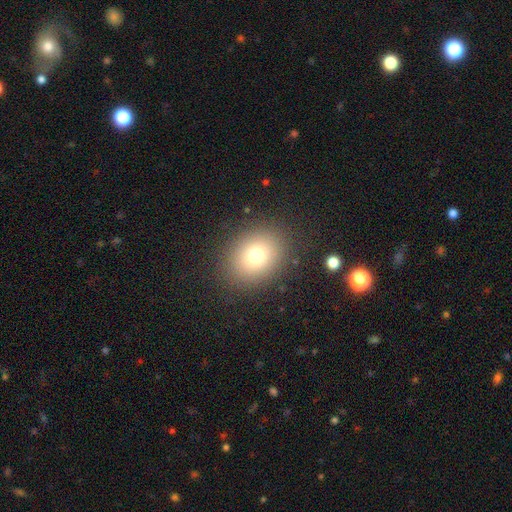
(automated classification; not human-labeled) Q: Smooth or featured?
A: smooth (76%); runner-up: star or artifact (14%)
Q: How rounded?
A: round (52%); runner-up: in between (47%)
Q: Merging?
A: none (87%); runner-up: minor disturbance (8%)